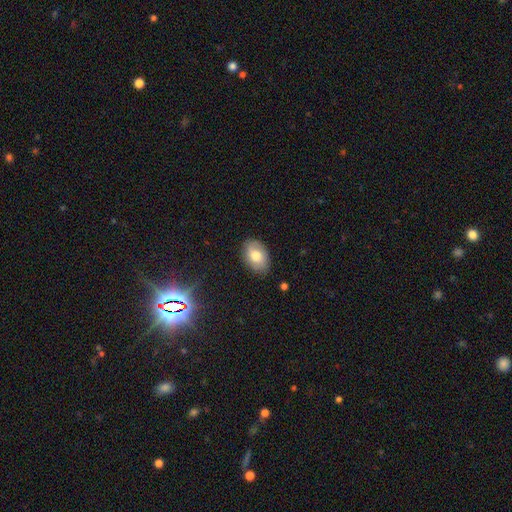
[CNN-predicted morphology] The model was most divided on "smooth or featured": smooth: 76%, featured or disk: 17%, star or artifact: 8%. More confident: how rounded — in between (87%); merging — none (82%).